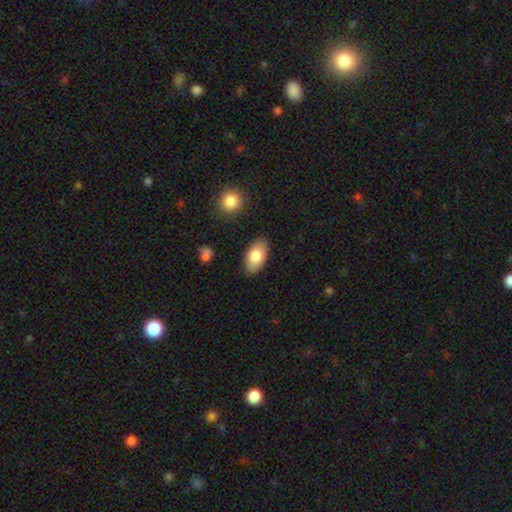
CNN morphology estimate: Q: Smooth or featured?
A: smooth (81%); runner-up: featured or disk (13%)
Q: How rounded?
A: in between (94%); runner-up: round (4%)
Q: Merging?
A: none (85%); runner-up: minor disturbance (11%)